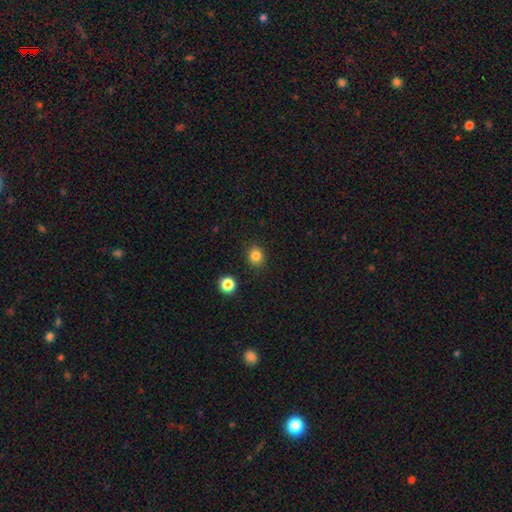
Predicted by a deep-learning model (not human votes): Q: Smooth or featured?
A: smooth (84%); runner-up: star or artifact (12%)
Q: How rounded?
A: round (82%); runner-up: in between (17%)
Q: Merging?
A: none (89%); runner-up: minor disturbance (7%)